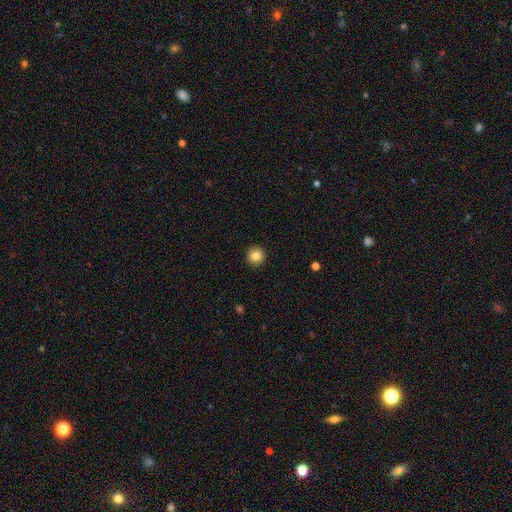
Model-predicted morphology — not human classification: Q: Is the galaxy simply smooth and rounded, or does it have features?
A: smooth — 84%.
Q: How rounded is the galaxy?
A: round — 96%.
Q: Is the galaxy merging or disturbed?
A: none — 93%.